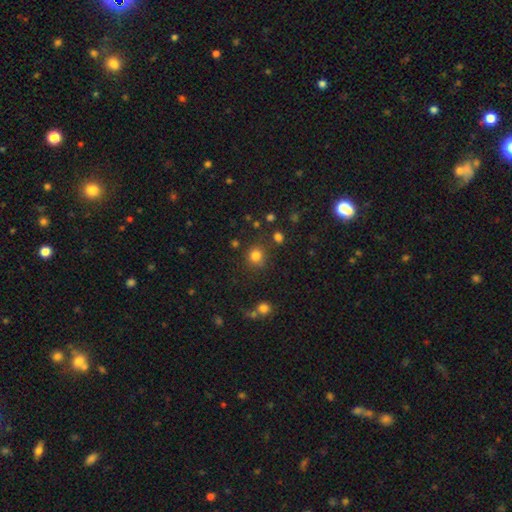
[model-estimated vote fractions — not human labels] Morphology: type=smooth (81%); roundness=round (88%); merging=none (80%).